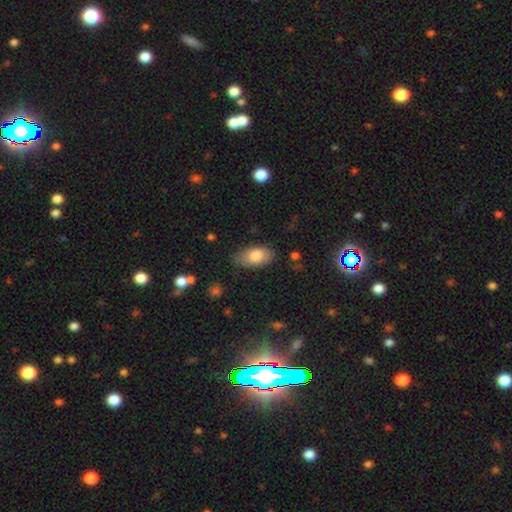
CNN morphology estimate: This appears to be a smooth galaxy with no disk features (80%) that is in between round and cigar-shaped (93%). Merging: none (77%).